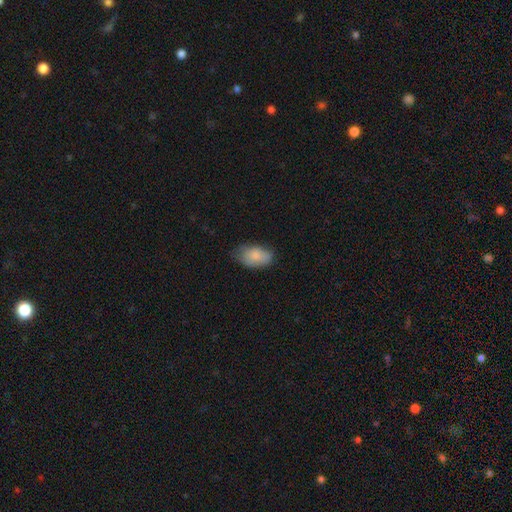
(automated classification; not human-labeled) Q: Smooth or featured?
A: smooth (82%); runner-up: featured or disk (11%)
Q: How rounded?
A: in between (93%); runner-up: round (6%)
Q: Merging?
A: none (61%); runner-up: minor disturbance (31%)